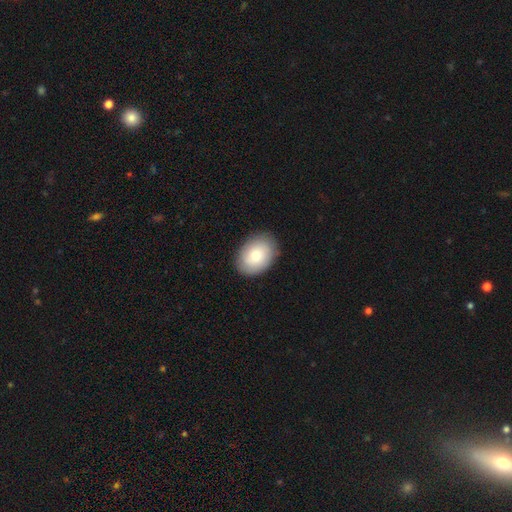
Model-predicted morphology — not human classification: Smooth or featured: smooth — 77% (featured or disk — 17%)
How rounded: in between — 76% (round — 23%)
Merging: none — 86% (minor disturbance — 10%)